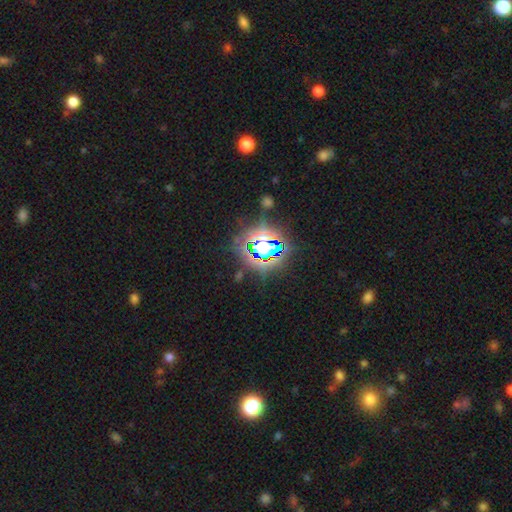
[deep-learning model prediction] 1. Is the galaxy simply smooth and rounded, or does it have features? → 76% star or artifact, 14% smooth, 10% featured or disk.